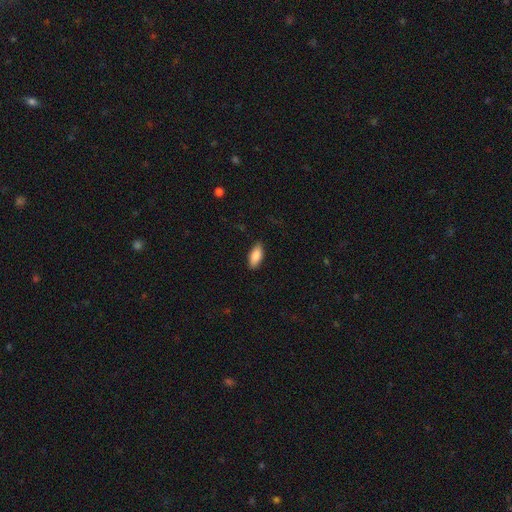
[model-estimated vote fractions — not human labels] Morphology: type=smooth (87%); roundness=in between (87%); merging=none (86%).